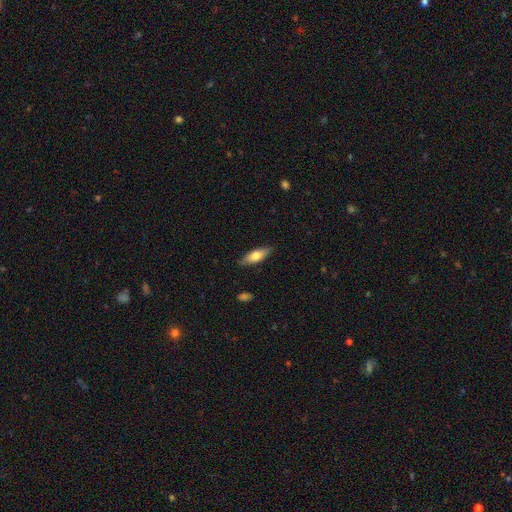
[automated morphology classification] This appears to be a smooth galaxy with no disk features (68%) that is in between round and cigar-shaped (58%). Merging: none (85%).